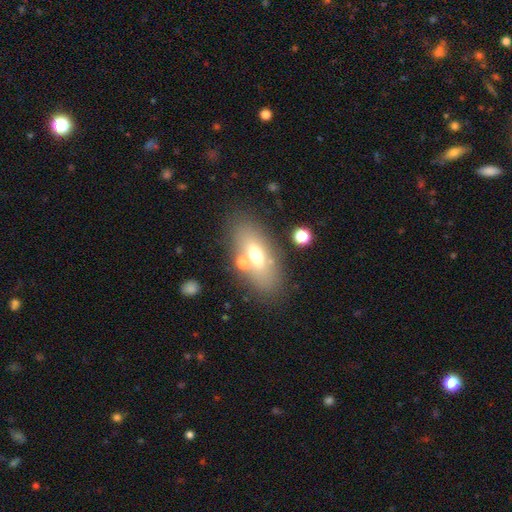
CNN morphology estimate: Overall: smooth (57%; featured or disk 32%). How rounded: in between (82%). Merging: none (72%).